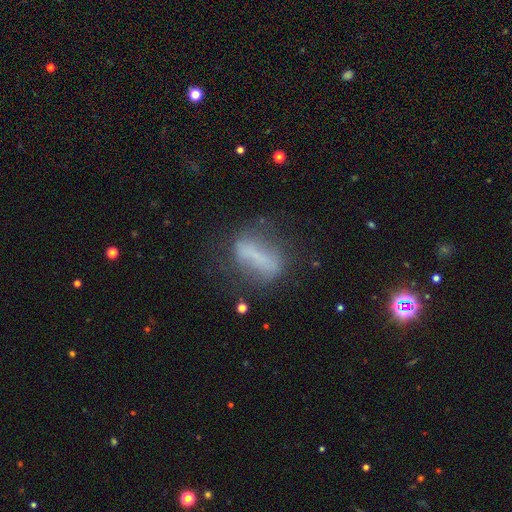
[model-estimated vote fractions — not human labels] This appears to be a smooth galaxy with no disk features (46%). Merging: none (59%).